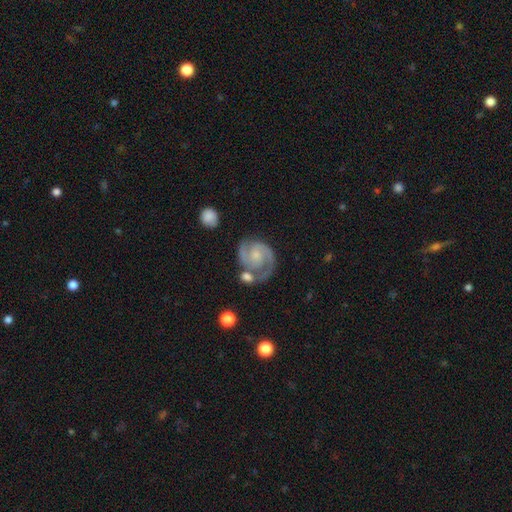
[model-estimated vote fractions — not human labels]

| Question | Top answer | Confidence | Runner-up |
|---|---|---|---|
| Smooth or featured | featured or disk | 89% | smooth (6%) |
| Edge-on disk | no | 98% | yes (2%) |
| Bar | no | 60% | weak (32%) |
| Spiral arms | yes | 98% | no (2%) |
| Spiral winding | medium | 49% | tight (43%) |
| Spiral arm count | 2 | 91% | can't tell (3%) |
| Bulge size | small | 51% | moderate (32%) |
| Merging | none | 64% | minor disturbance (16%) |